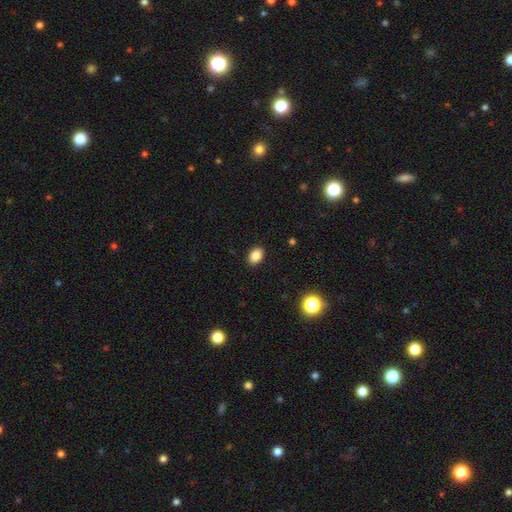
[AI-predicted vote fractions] The model was most divided on "how rounded": in between: 77%, round: 22%, cigar-shaped: 1%. More confident: merging — none (90%); smooth or featured — smooth (86%).